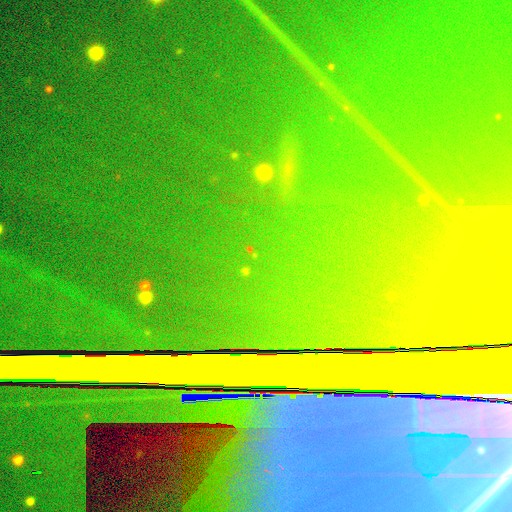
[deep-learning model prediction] Q: Smooth or featured?
A: star or artifact (82%); runner-up: smooth (10%)